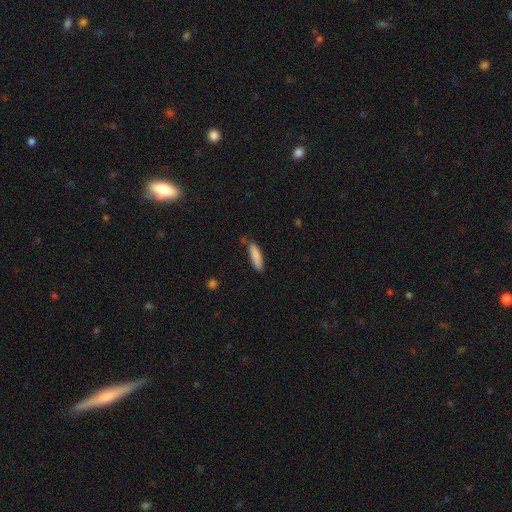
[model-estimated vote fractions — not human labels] smooth_or_featured: smooth (p=0.87) [alt: featured or disk p=0.07]
how_rounded: cigar-shaped (p=0.67) [alt: in between p=0.32]
merging: none (p=0.73) [alt: minor disturbance p=0.19]